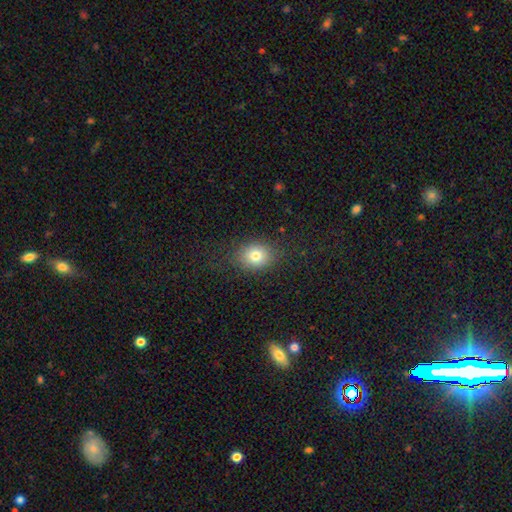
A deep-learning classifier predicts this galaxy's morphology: type=smooth (78%); roundness=round (51%); merging=none (80%).